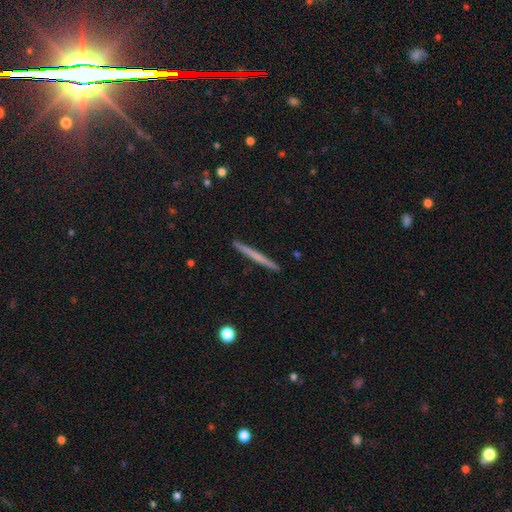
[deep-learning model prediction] Smooth or featured? smooth (53%)
How rounded? cigar-shaped (97%)
Merging? none (93%)